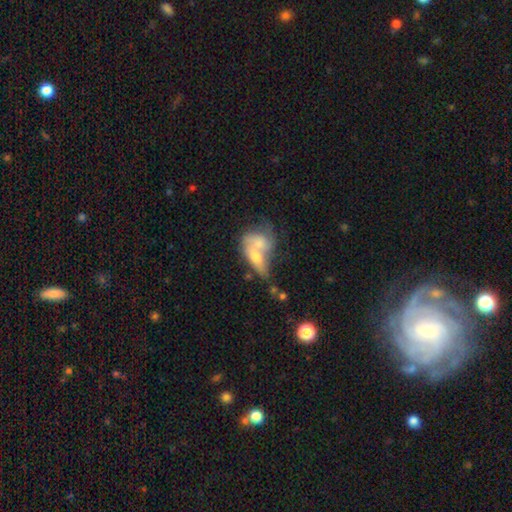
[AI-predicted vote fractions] Overall: smooth (54%; featured or disk 38%). How rounded: in between (70%). Merging: merger (67%).